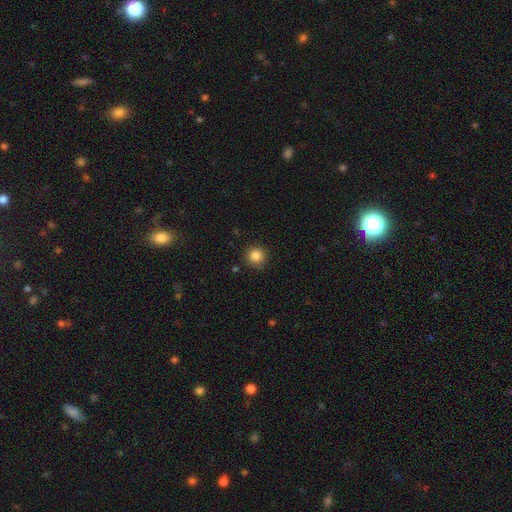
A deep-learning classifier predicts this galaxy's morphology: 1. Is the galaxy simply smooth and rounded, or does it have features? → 85% smooth, 11% star or artifact, 4% featured or disk.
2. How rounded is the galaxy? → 94% round, 5% in between, 1% cigar-shaped.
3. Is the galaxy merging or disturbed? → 88% none, 8% minor disturbance, 2% major disturbance, 2% merger.